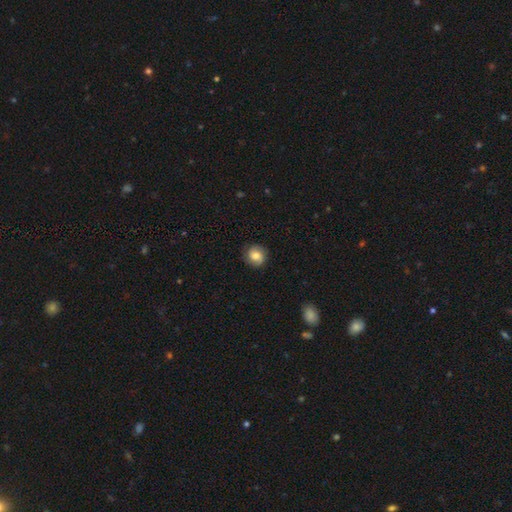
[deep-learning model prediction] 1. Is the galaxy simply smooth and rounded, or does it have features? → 67% smooth, 25% featured or disk, 9% star or artifact.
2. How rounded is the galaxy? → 84% round, 15% in between, 1% cigar-shaped.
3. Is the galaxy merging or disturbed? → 84% none, 12% minor disturbance, 3% major disturbance, 1% merger.